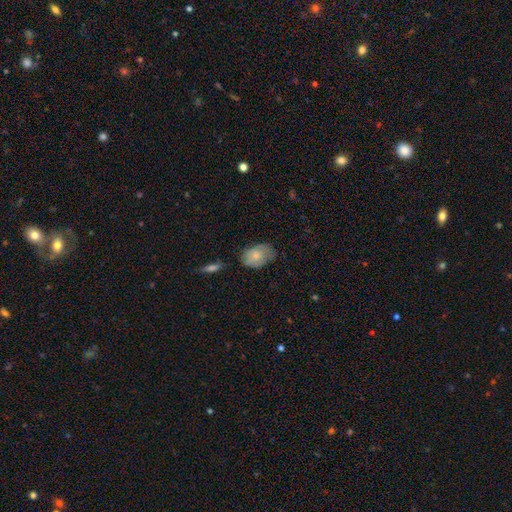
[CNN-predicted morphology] Smooth or featured? Predicted: smooth (p=0.77). How rounded? Predicted: in between (p=0.85). Merging? Predicted: none (p=0.65).